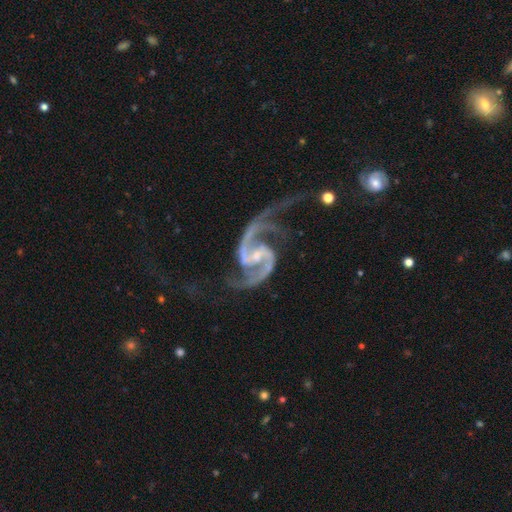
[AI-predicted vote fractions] smooth_or_featured: featured or disk (p=0.94) [alt: star or artifact p=0.04]
disk_edge_on: no (p=0.98) [alt: yes p=0.02]
bar: weak (p=0.47) [alt: no p=0.28]
has_spiral_arms: yes (p=0.98) [alt: no p=0.02]
spiral_winding: medium (p=0.46) [alt: loose p=0.44]
spiral_arm_count: 2 (p=0.89) [alt: 3 p=0.03]
bulge_size: small (p=0.60) [alt: moderate p=0.29]
merging: none (p=0.47) [alt: major disturbance p=0.29]